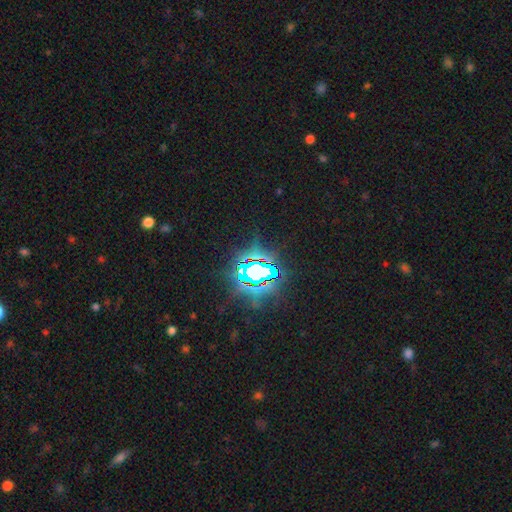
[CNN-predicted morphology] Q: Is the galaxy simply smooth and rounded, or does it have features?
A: star or artifact — 84%.